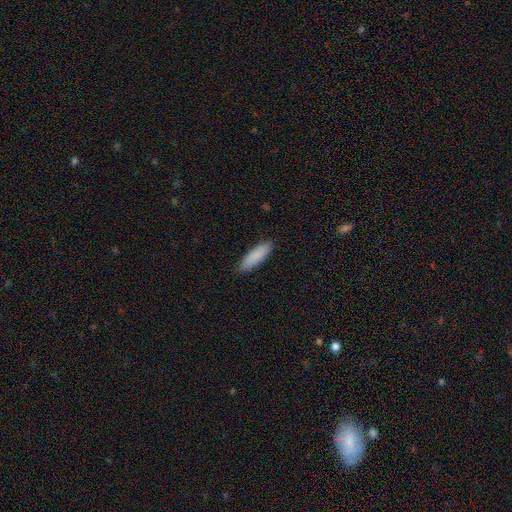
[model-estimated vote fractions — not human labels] This appears to be a smooth galaxy with no disk features (88%) that is cigar-shaped (63%). Merging: none (89%).